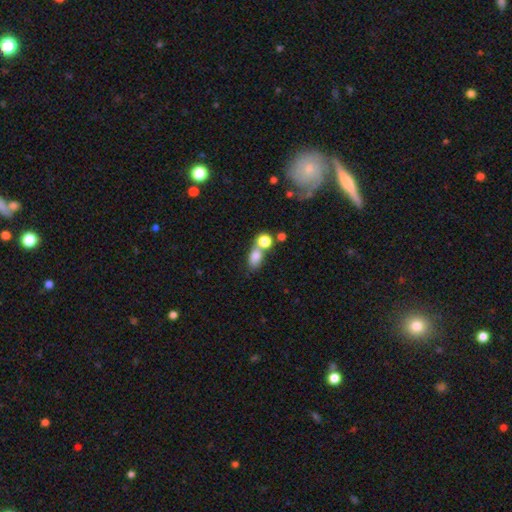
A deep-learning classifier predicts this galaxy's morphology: The model was most divided on "merging": merger: 44%, none: 38%, minor disturbance: 12%, major disturbance: 7%. More confident: smooth or featured — smooth (77%); how rounded — in between (68%).